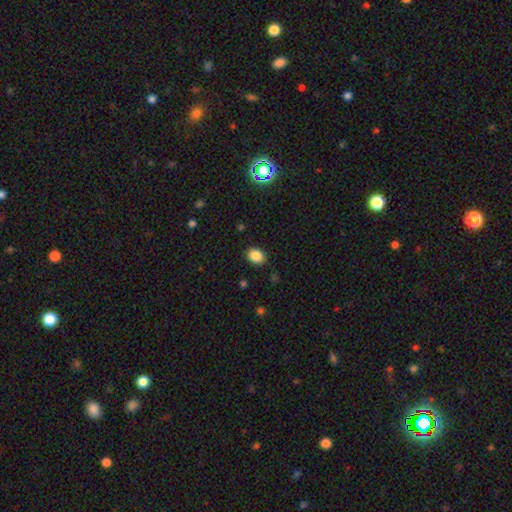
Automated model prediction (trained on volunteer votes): A smooth galaxy with no disk features (86%) that is in between round and cigar-shaped (69%). Merging: none (88%).